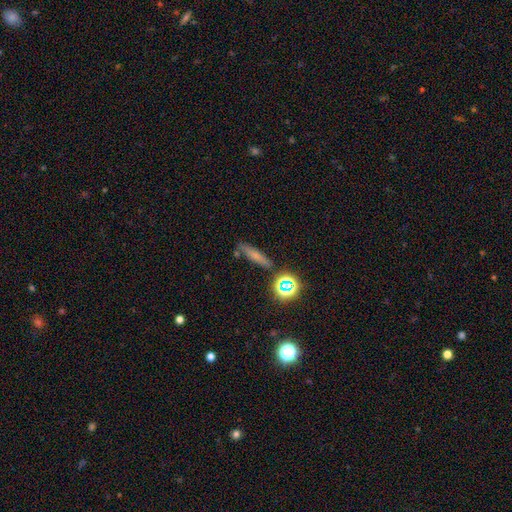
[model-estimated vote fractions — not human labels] This is possibly a smooth galaxy (60%). How rounded: likely cigar-shaped (74%). Merging: likely none (79%).